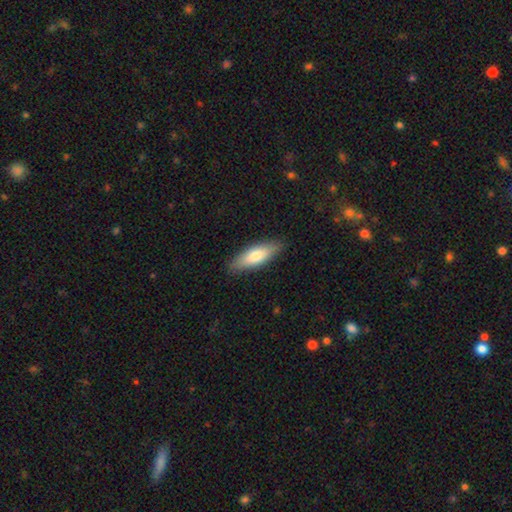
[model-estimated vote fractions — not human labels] smooth 73%, featured or disk 21%, star or artifact 5%. Down the decision tree: how rounded — in between (54%); merging — none (87%).